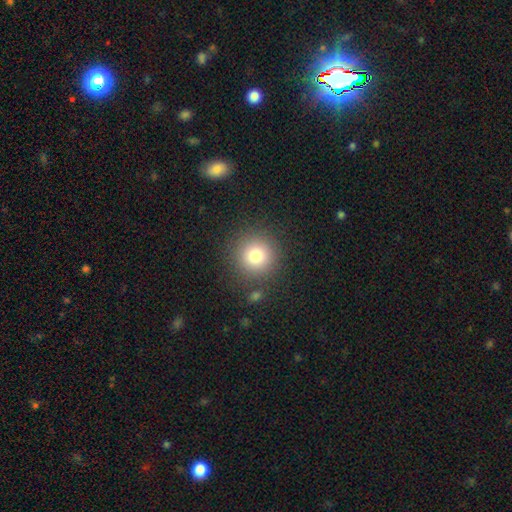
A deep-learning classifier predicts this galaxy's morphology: Overall: smooth (80%). How rounded: round (94%). Merging: none (86%).